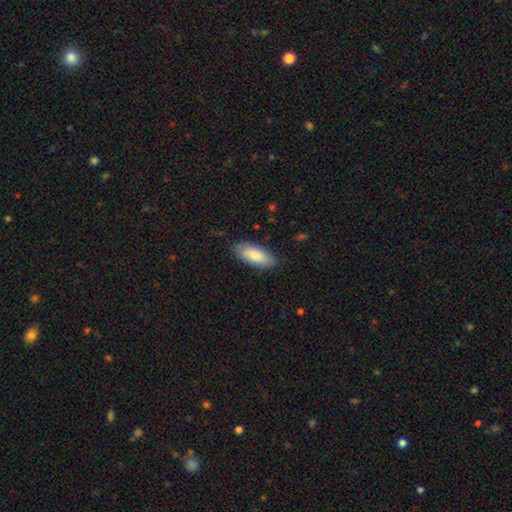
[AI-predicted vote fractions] Morphology: type=smooth (87%); roundness=in between (83%); merging=none (82%).